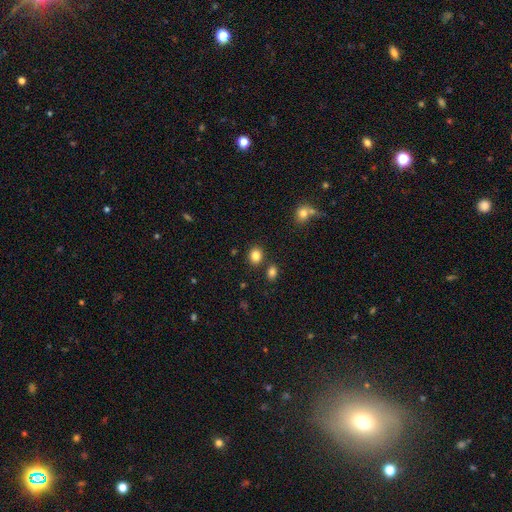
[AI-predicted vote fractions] smooth-or-featured: smooth: 84% | star or artifact: 11% | featured or disk: 5%
  how-rounded: round: 63% | in between: 36% | cigar-shaped: 1%
  merging: none: 81% | minor disturbance: 8% | merger: 8% | major disturbance: 3%